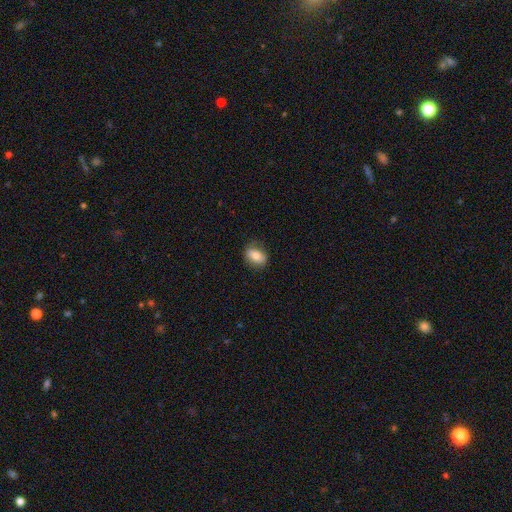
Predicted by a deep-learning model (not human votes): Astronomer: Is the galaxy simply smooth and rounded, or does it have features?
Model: smooth — 77%.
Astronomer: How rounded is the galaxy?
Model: in between — 76%.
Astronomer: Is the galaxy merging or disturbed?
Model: none — 81%.